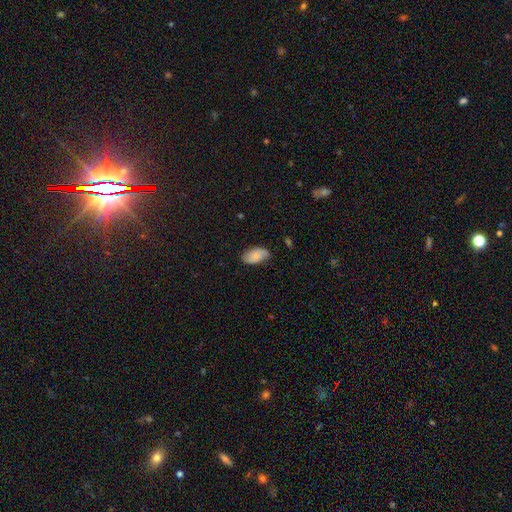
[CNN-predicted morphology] Smooth or featured?
  - smooth: 68% *
  - featured or disk: 25%
  - star or artifact: 8%
How rounded?
  - in between: 94% *
  - round: 4%
  - cigar-shaped: 2%
Merging?
  - none: 68% *
  - minor disturbance: 25%
  - major disturbance: 5%
  - merger: 1%